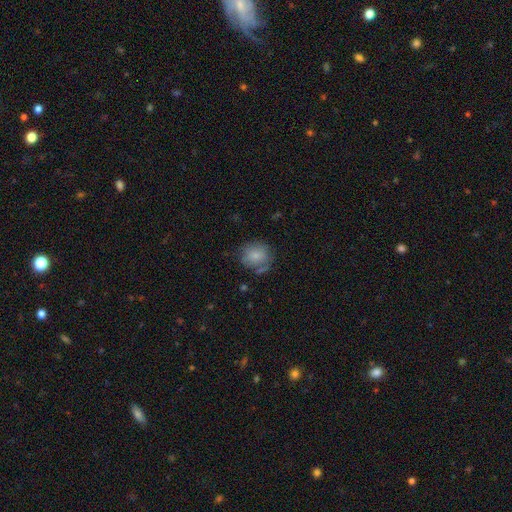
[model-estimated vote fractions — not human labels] smooth 76%, featured or disk 15%, star or artifact 8%. Down the decision tree: how rounded — round (80%); merging — none (59%).